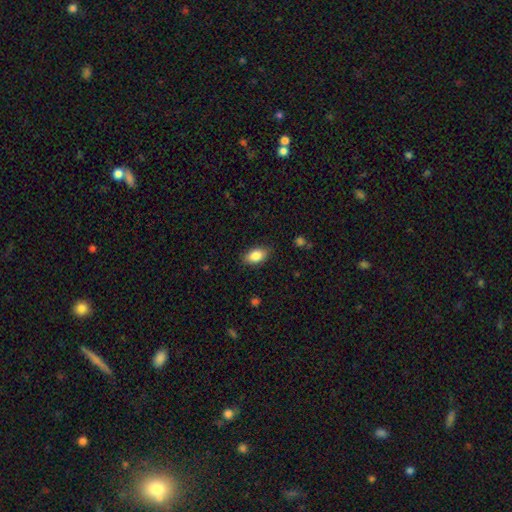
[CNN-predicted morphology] smooth 85%, star or artifact 8%, featured or disk 7%. Down the decision tree: how rounded — in between (89%); merging — none (85%).